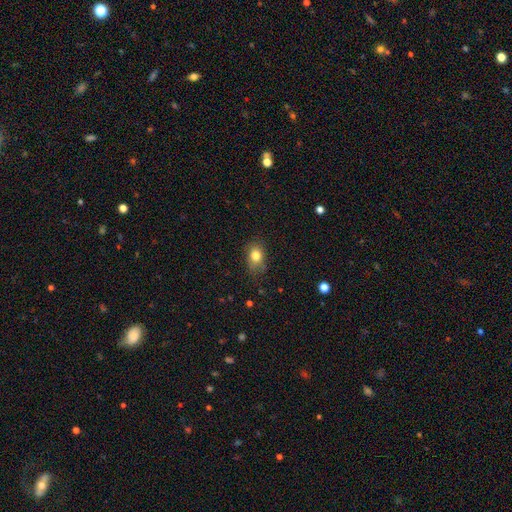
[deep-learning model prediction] Smooth or featured? smooth (81%)
How rounded? in between (64%)
Merging? none (71%)